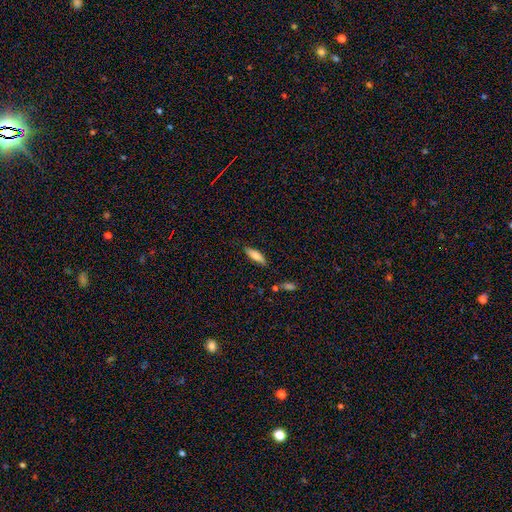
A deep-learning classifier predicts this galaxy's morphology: Smooth or featured?
  - smooth: 76% *
  - featured or disk: 18%
  - star or artifact: 7%
How rounded?
  - in between: 50% *
  - cigar-shaped: 48%
  - round: 2%
Merging?
  - none: 81% *
  - minor disturbance: 14%
  - major disturbance: 3%
  - merger: 2%